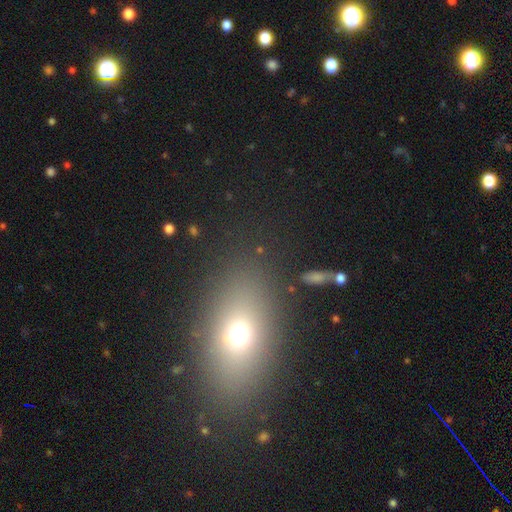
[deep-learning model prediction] This appears to be a smooth galaxy with no disk features (63%) that is in between round and cigar-shaped (69%). Merging: none (85%).